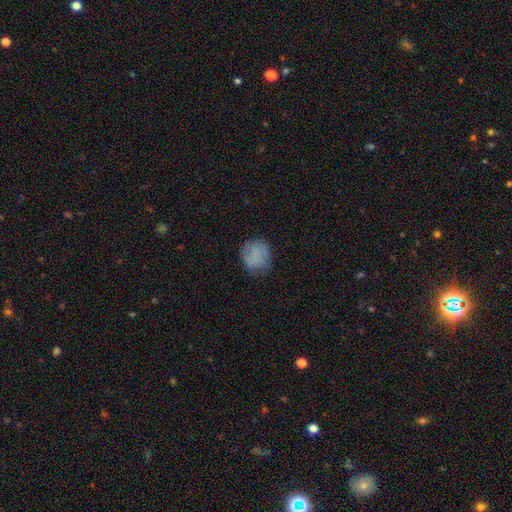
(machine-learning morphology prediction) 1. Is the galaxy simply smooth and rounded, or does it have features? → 79% smooth, 12% featured or disk, 9% star or artifact.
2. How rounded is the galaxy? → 81% round, 18% in between, 1% cigar-shaped.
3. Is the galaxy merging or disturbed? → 72% none, 20% minor disturbance, 7% major disturbance, 1% merger.